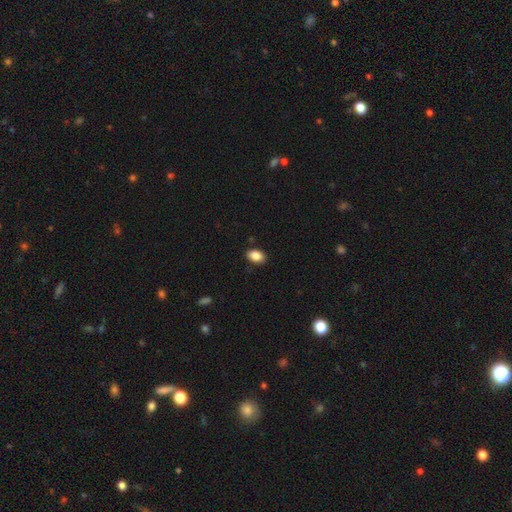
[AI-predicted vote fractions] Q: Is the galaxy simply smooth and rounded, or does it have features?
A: smooth — 87%.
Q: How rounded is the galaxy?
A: in between — 87%.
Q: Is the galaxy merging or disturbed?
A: none — 87%.